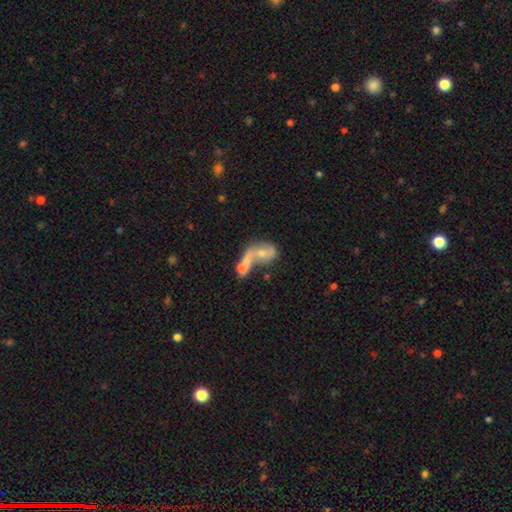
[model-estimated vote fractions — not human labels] This appears to be a featured or disk galaxy (48%). Merging: merger (57%).